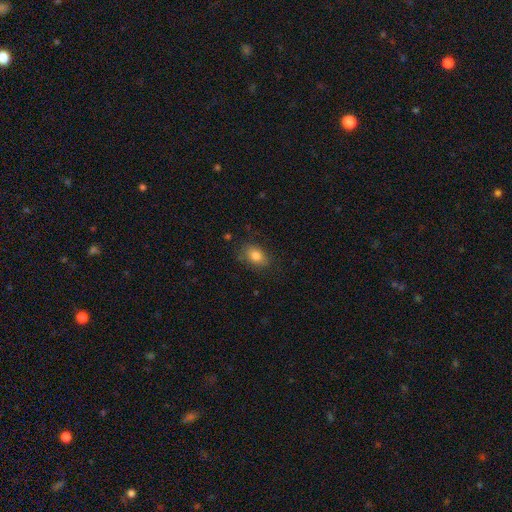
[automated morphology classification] This is clearly a smooth galaxy (81%). How rounded: clearly in between (82%). Merging: likely none (78%).